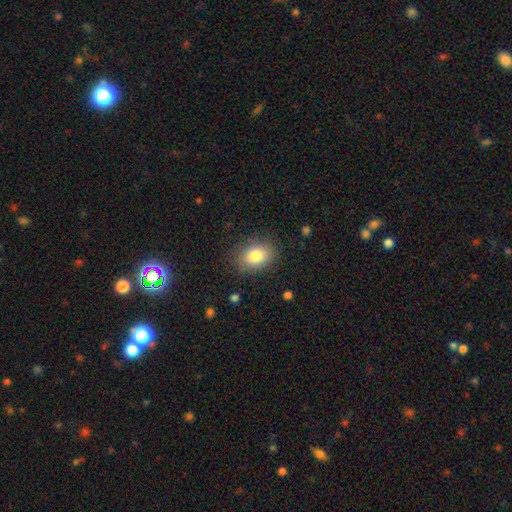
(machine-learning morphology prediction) smooth-or-featured: smooth: 82% | featured or disk: 9% | star or artifact: 9%
  how-rounded: in between: 74% | round: 25% | cigar-shaped: 1%
  merging: none: 83% | minor disturbance: 12% | major disturbance: 4% | merger: 1%